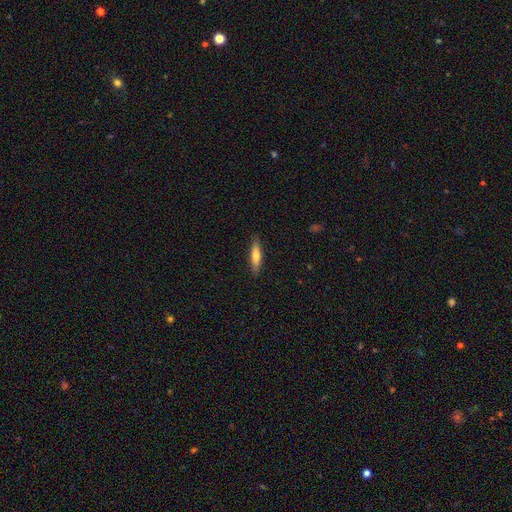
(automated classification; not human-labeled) Morphology: type=smooth (70%); roundness=cigar-shaped (75%); merging=none (88%).